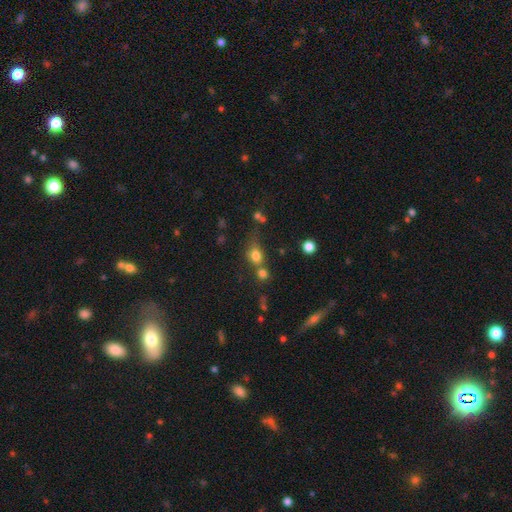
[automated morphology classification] Smooth or featured: smooth — 76% (star or artifact — 14%)
How rounded: round — 56% (in between — 41%)
Merging: none — 40% (merger — 36%)